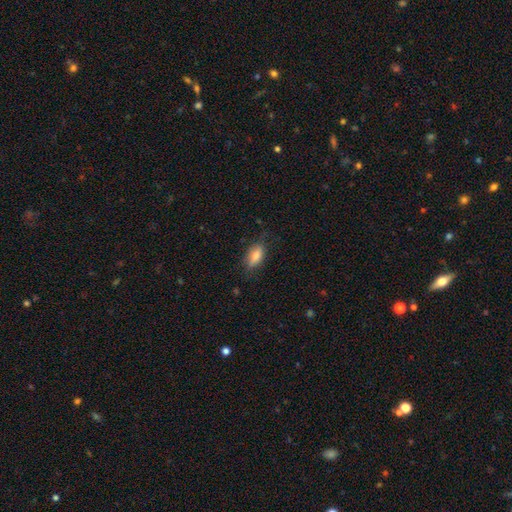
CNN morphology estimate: This appears to be a smooth galaxy with no disk features (76%) that is in between round and cigar-shaped (85%). Merging: none (74%).